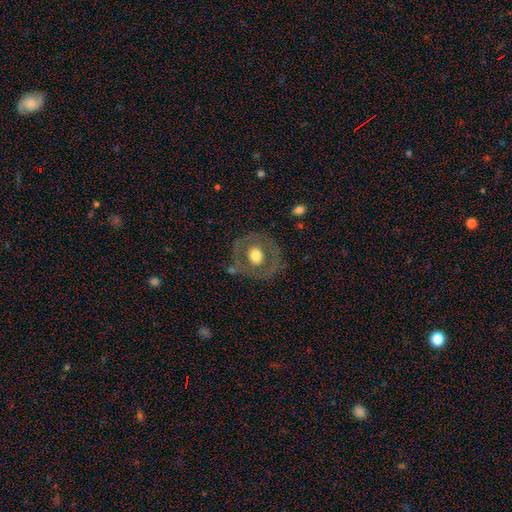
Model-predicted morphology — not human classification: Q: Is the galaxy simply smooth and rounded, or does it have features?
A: smooth — 48%.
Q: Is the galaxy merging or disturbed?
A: none — 76%.